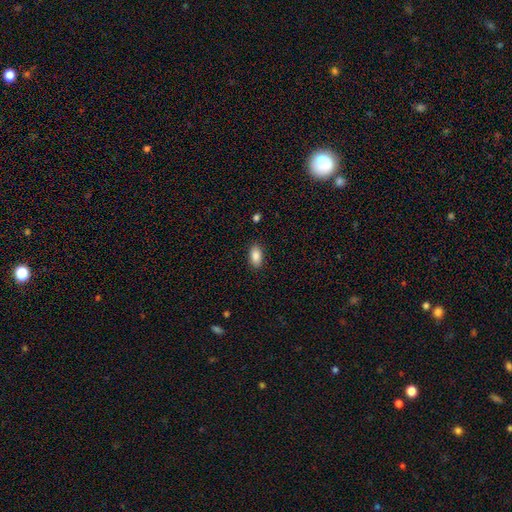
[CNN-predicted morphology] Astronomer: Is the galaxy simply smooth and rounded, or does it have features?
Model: smooth — 88%.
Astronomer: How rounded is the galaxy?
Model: in between — 92%.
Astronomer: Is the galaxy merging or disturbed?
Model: none — 88%.